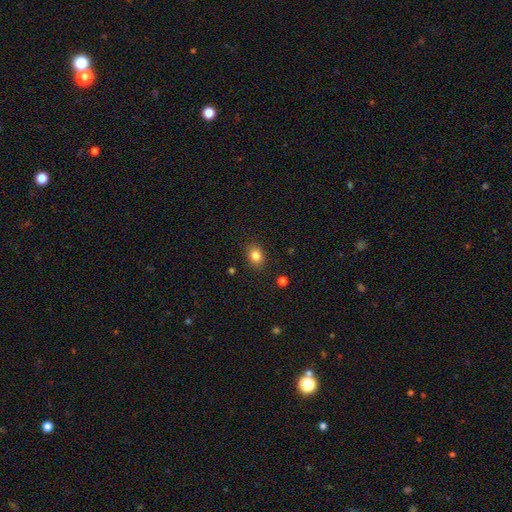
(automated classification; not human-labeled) Q: Smooth or featured?
A: smooth (82%); runner-up: star or artifact (11%)
Q: How rounded?
A: in between (53%); runner-up: round (46%)
Q: Merging?
A: none (87%); runner-up: minor disturbance (9%)